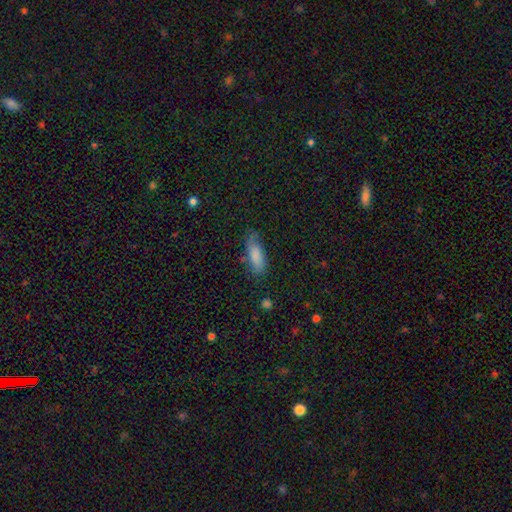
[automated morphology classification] The model was most divided on "how rounded": in between: 66%, cigar-shaped: 32%, round: 2%. More confident: smooth or featured — smooth (81%); merging — none (66%).